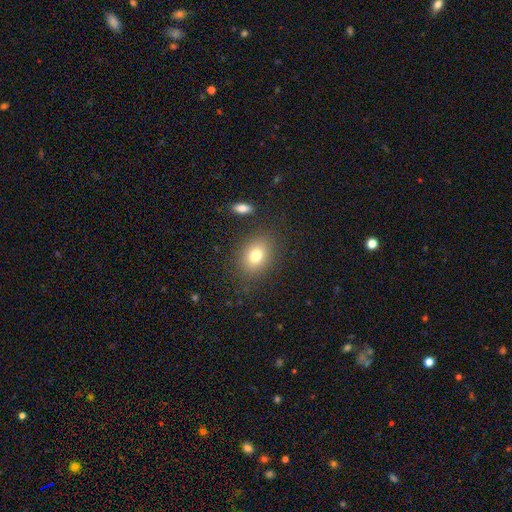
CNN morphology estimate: This is likely a smooth galaxy (77%). How rounded: likely in between (61%). Merging: clearly none (83%).